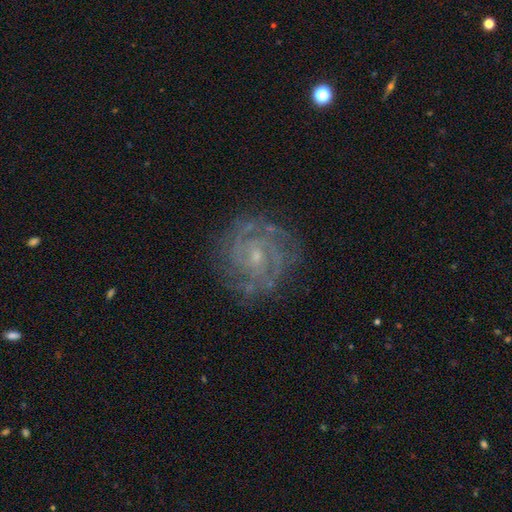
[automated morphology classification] Smooth or featured? Predicted: featured or disk (p=0.86). Edge-on disk? Predicted: no (p=0.98). Bar? Predicted: no (p=0.57). Spiral arms? Predicted: yes (p=0.96). Spiral winding? Predicted: tight (p=0.71). Spiral arm count? Predicted: 2 (p=0.39). Bulge size? Predicted: small (p=0.73). Merging? Predicted: none (p=0.81).